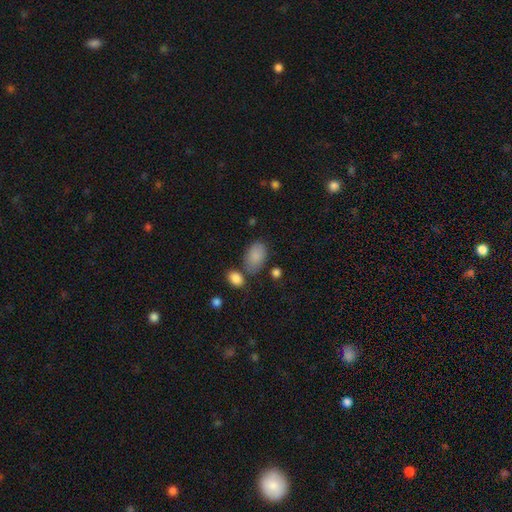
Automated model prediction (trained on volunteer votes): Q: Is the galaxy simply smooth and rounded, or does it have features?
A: smooth — 86%.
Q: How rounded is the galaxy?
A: in between — 92%.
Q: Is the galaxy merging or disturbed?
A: none — 67%.